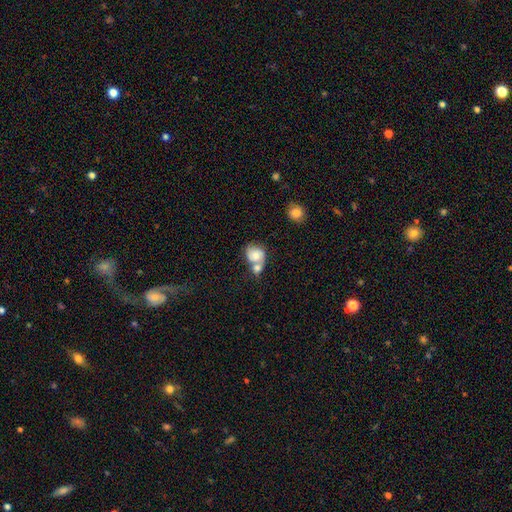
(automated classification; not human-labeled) Q: Smooth or featured?
A: smooth (58%); runner-up: featured or disk (34%)
Q: How rounded?
A: round (64%); runner-up: in between (35%)
Q: Merging?
A: merger (55%); runner-up: none (27%)